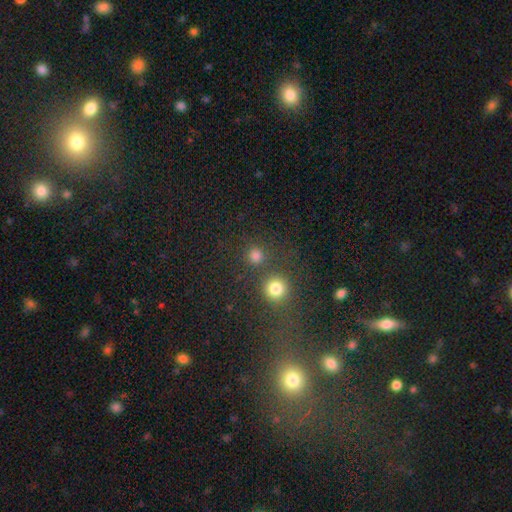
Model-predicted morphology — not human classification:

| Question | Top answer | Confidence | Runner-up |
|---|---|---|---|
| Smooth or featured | smooth | 77% | star or artifact (18%) |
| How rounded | round | 92% | in between (7%) |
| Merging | none | 73% | merger (17%) |